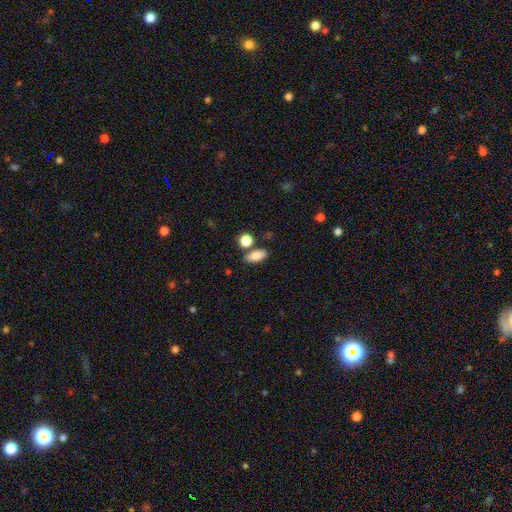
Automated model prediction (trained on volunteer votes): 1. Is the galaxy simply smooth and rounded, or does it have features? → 83% smooth, 9% featured or disk, 8% star or artifact.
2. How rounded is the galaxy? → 81% in between, 11% cigar-shaped, 8% round.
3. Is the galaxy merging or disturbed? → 73% none, 12% minor disturbance, 12% merger, 3% major disturbance.